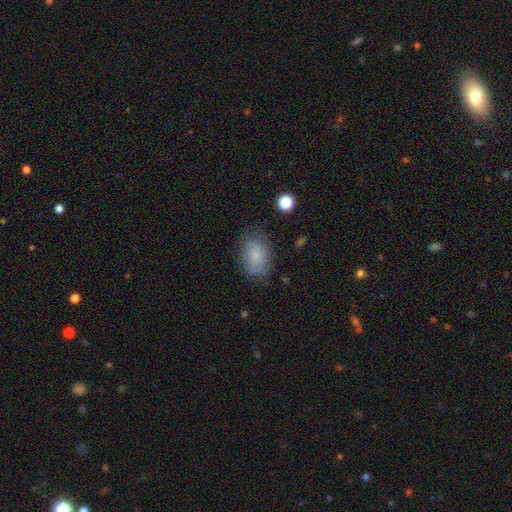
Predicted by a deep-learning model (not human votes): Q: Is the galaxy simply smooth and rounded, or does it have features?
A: smooth — 80%.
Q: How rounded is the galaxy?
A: in between — 81%.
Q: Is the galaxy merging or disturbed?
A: none — 76%.